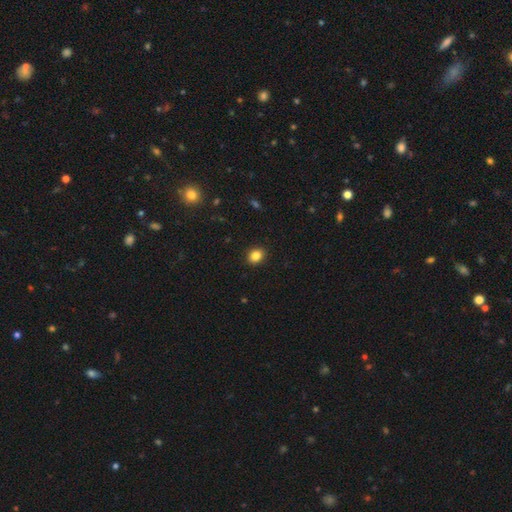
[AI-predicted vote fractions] smooth 85%, star or artifact 10%, featured or disk 5%. Down the decision tree: how rounded — round (56%); merging — none (91%).